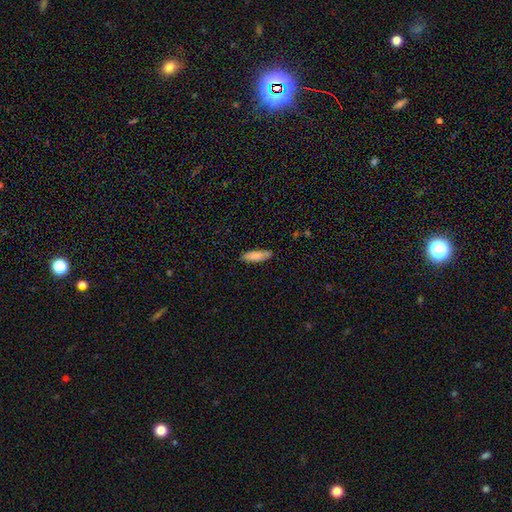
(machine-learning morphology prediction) The model was most divided on "how rounded": cigar-shaped: 54%, in between: 44%, round: 2%. More confident: merging — none (84%); smooth or featured — smooth (83%).